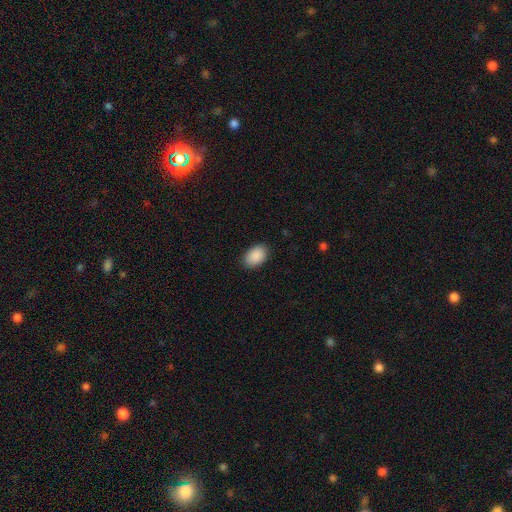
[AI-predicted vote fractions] smooth_or_featured: smooth (p=0.91) [alt: star or artifact p=0.07]
how_rounded: in between (p=0.88) [alt: round p=0.11]
merging: none (p=0.88) [alt: minor disturbance p=0.09]